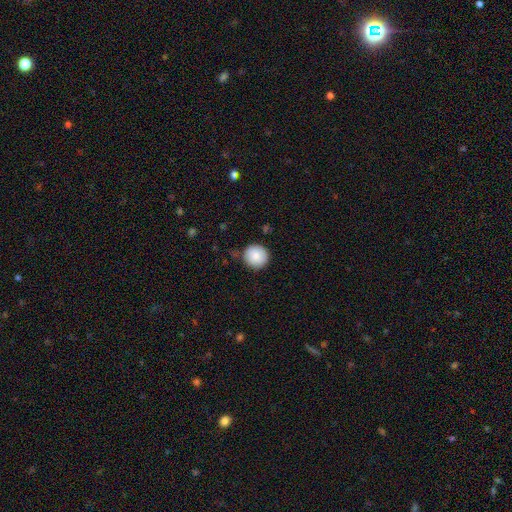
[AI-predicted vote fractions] This is clearly a smooth galaxy (85%). How rounded: clearly round (95%). Merging: clearly none (85%).